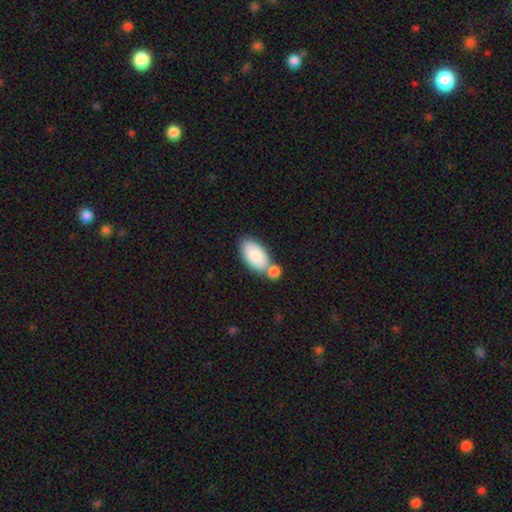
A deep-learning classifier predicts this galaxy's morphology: Overall: smooth (85%). How rounded: in between (94%). Merging: none (49%; merger 34%).